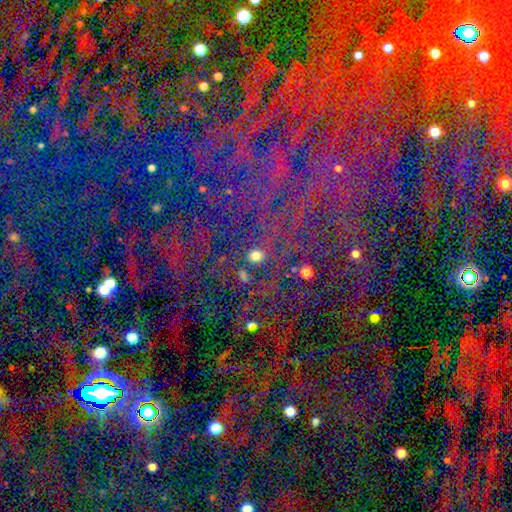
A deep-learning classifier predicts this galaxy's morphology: smooth-or-featured: smooth: 51% | star or artifact: 41% | featured or disk: 9%
  how-rounded: round: 75% | in between: 23% | cigar-shaped: 3%
  merging: none: 74% | minor disturbance: 11% | merger: 8% | major disturbance: 6%